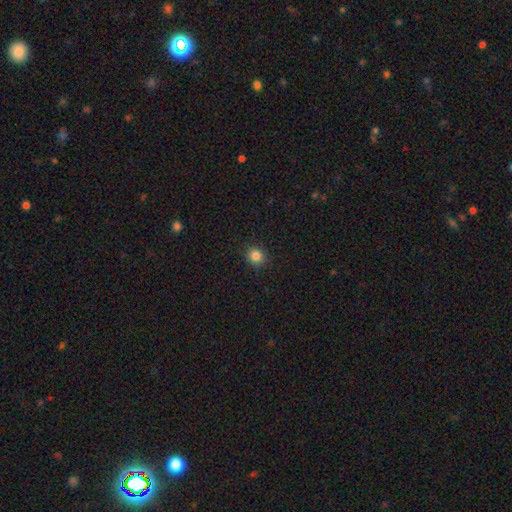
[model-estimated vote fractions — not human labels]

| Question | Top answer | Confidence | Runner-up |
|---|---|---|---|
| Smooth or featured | smooth | 84% | star or artifact (12%) |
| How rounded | round | 87% | in between (12%) |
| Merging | none | 90% | minor disturbance (7%) |